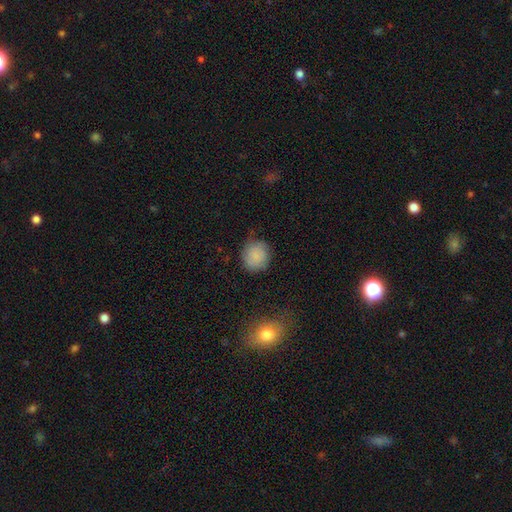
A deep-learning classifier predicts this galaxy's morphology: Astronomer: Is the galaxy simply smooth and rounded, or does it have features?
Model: smooth — 85%.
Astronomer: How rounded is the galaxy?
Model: round — 83%.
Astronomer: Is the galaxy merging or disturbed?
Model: none — 72%.